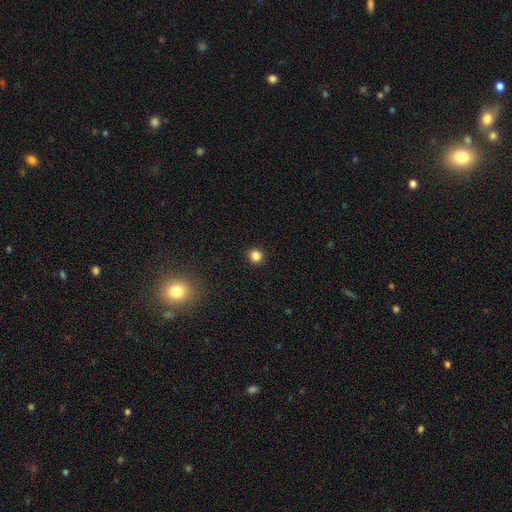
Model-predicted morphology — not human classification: Smooth or featured? smooth (84%)
How rounded? round (93%)
Merging? none (93%)